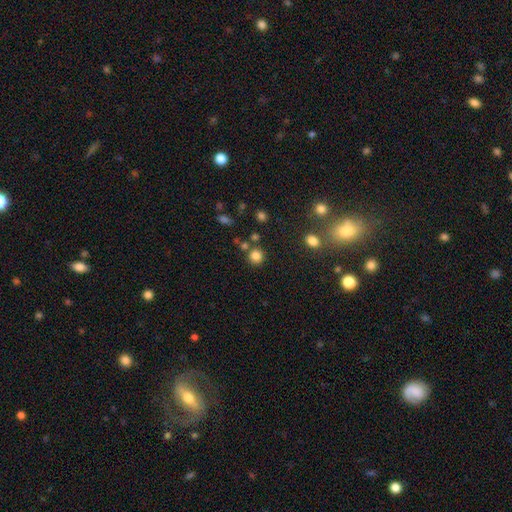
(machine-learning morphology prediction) Q: Smooth or featured?
A: smooth (82%); runner-up: star or artifact (13%)
Q: How rounded?
A: round (90%); runner-up: in between (9%)
Q: Merging?
A: none (78%); runner-up: merger (10%)